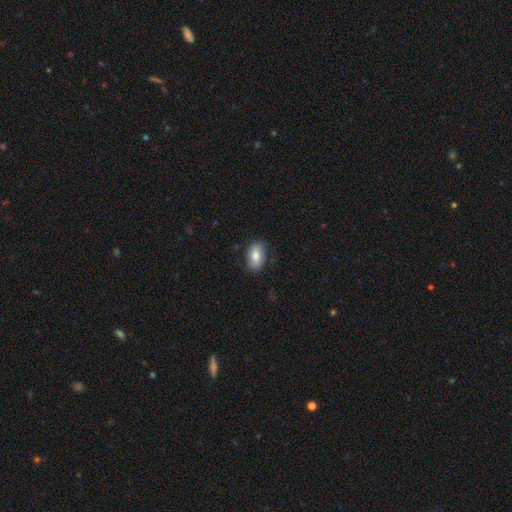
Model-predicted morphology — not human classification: A smooth galaxy with no disk features (77%) that is in between round and cigar-shaped (88%). Merging: none (77%).